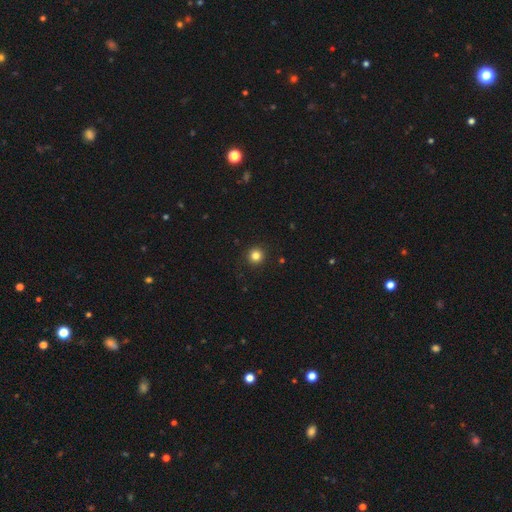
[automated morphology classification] Smooth or featured: smooth — 83% (star or artifact — 13%)
How rounded: round — 95% (in between — 4%)
Merging: none — 93% (minor disturbance — 5%)